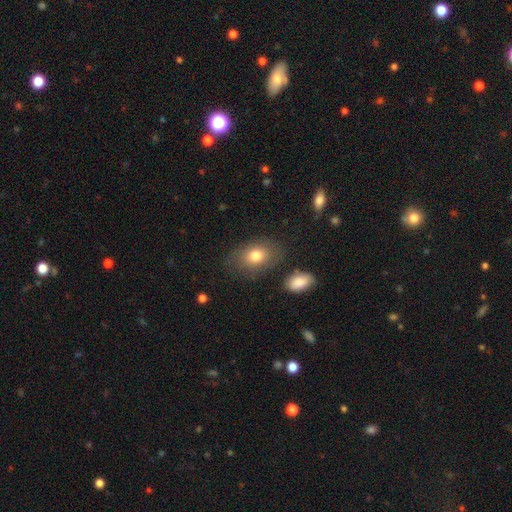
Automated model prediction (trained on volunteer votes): Q: Smooth or featured?
A: smooth (77%); runner-up: featured or disk (14%)
Q: How rounded?
A: in between (78%); runner-up: round (21%)
Q: Merging?
A: none (75%); runner-up: minor disturbance (16%)